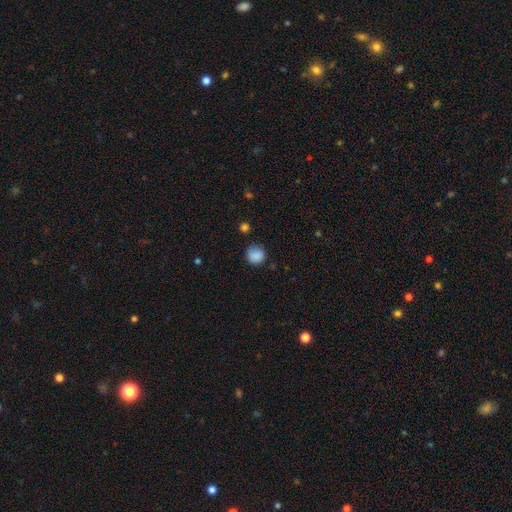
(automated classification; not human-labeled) smooth 86%, star or artifact 10%, featured or disk 4%. Down the decision tree: how rounded — round (88%); merging — none (75%).